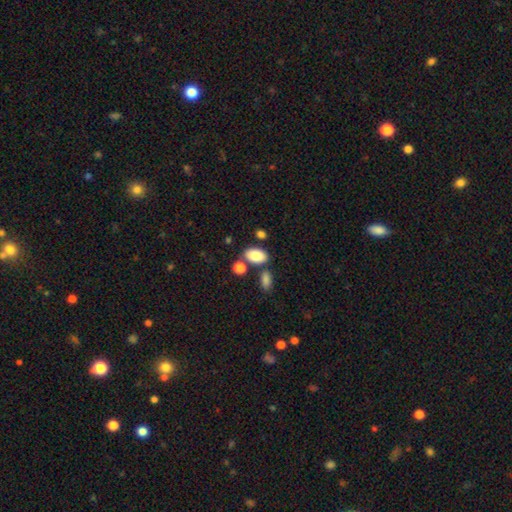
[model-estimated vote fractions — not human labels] Smooth or featured: smooth — 85% (star or artifact — 8%)
How rounded: in between — 91% (round — 7%)
Merging: none — 69% (merger — 15%)